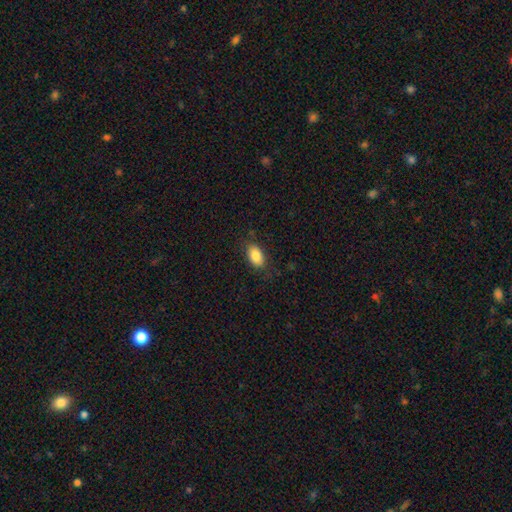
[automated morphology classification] This is clearly a smooth galaxy (85%). How rounded: clearly in between (91%). Merging: clearly none (82%).